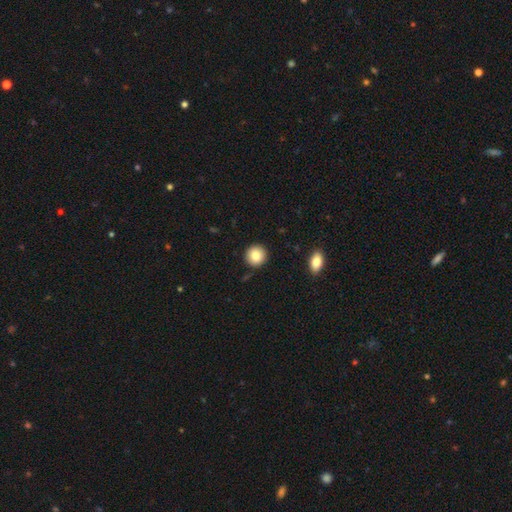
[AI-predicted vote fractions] Smooth or featured? smooth (85%)
How rounded? round (93%)
Merging? none (91%)